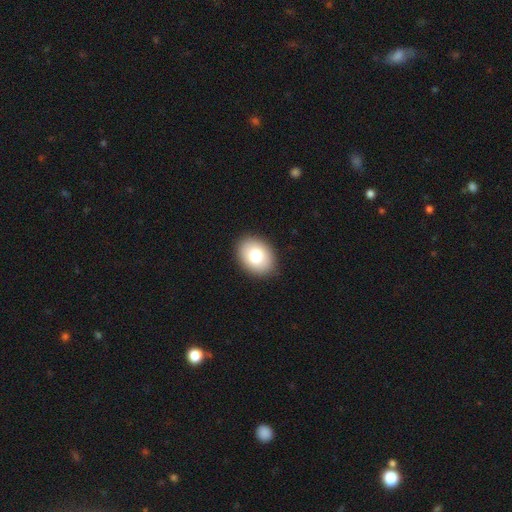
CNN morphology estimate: Smooth or featured? Predicted: smooth (p=0.79). How rounded? Predicted: in between (p=0.72). Merging? Predicted: none (p=0.90).